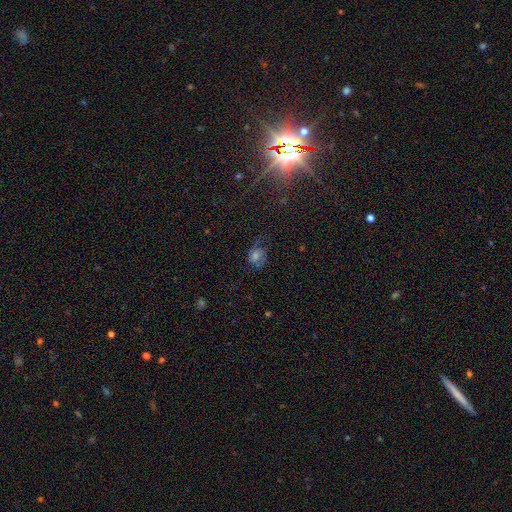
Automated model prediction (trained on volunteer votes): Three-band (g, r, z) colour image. It shows a featured or disk galaxy (37%). Merging: none (62%).